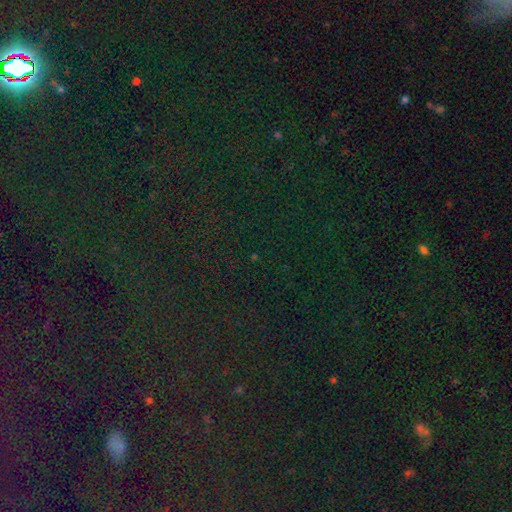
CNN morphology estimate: smooth_or_featured: star or artifact (p=0.82) [alt: smooth p=0.11]